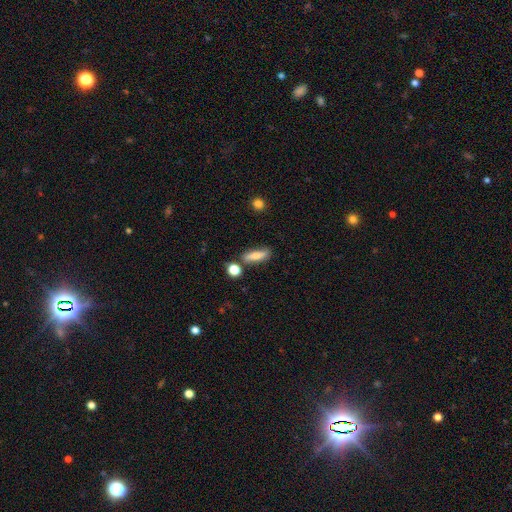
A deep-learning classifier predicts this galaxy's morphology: Overall: smooth (68%). How rounded: cigar-shaped (48%; in between 46%). Merging: none (73%).